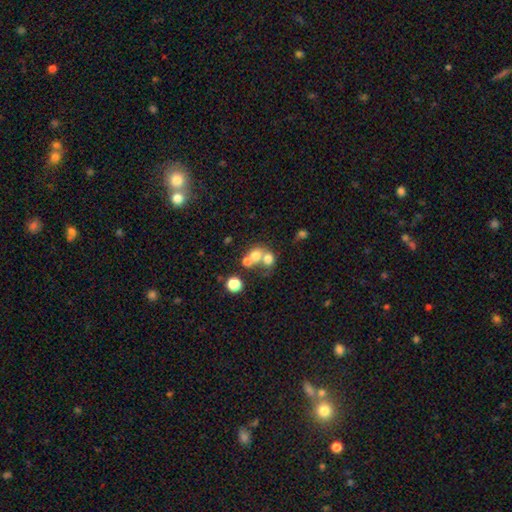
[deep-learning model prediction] This is likely a smooth galaxy (65%). How rounded: likely round (71%). Merging: possibly merger (58%).